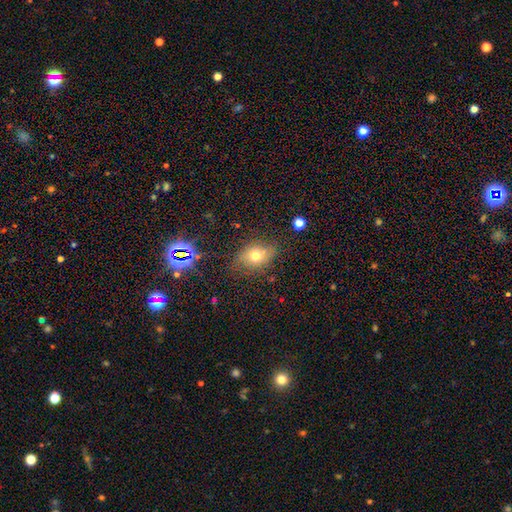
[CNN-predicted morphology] Overall: smooth (66%). How rounded: in between (68%; round 30%). Merging: none (74%).